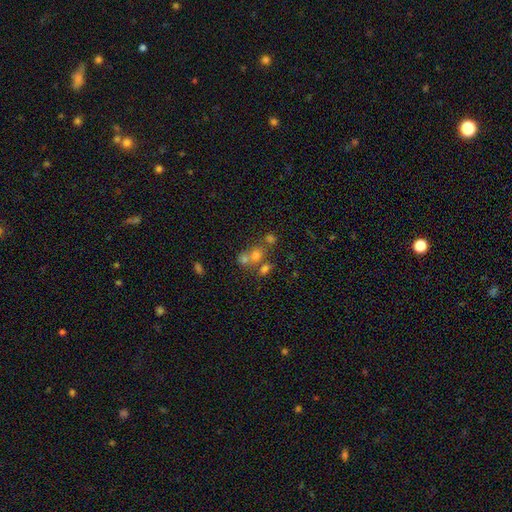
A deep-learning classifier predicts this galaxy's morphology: A smooth galaxy with no disk features (57%) that is round (71%).

Vote fractions:
- Smooth or featured? smooth: 57% / star or artifact: 23% / featured or disk: 20%
- How rounded? round: 71% / in between: 28% / cigar-shaped: 2%
- Merging? merger: 50% / none: 38% / minor disturbance: 7% / major disturbance: 5%